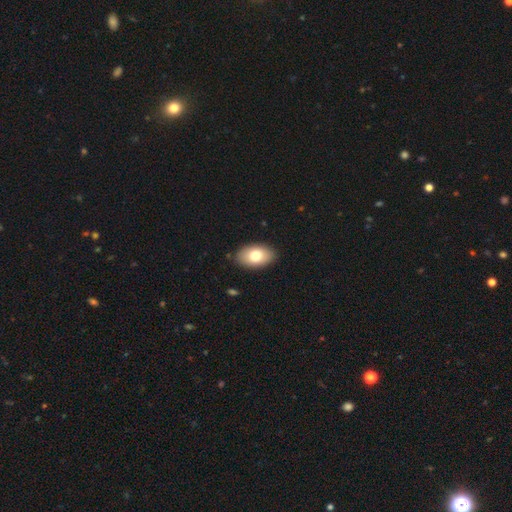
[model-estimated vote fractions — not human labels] A smooth galaxy with no disk features (77%) that is in between round and cigar-shaped (92%).

Vote fractions:
- Smooth or featured? smooth: 77% / featured or disk: 16% / star or artifact: 7%
- How rounded? in between: 92% / round: 6% / cigar-shaped: 1%
- Merging? none: 87% / minor disturbance: 9% / major disturbance: 2% / merger: 1%